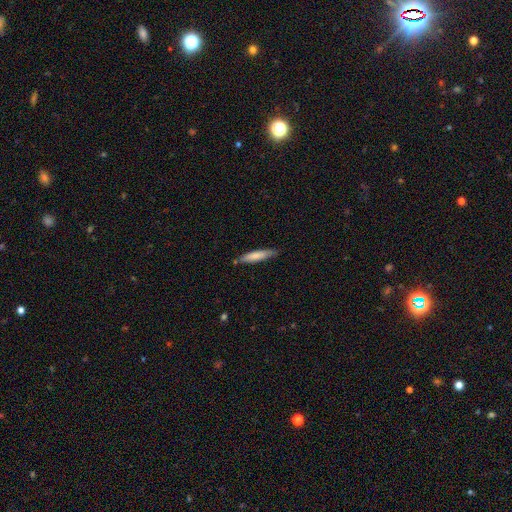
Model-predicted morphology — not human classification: Smooth or featured?
  - smooth: 75% *
  - featured or disk: 20%
  - star or artifact: 5%
How rounded?
  - cigar-shaped: 87% *
  - in between: 12%
  - round: 1%
Merging?
  - none: 81% *
  - minor disturbance: 14%
  - merger: 3%
  - major disturbance: 2%